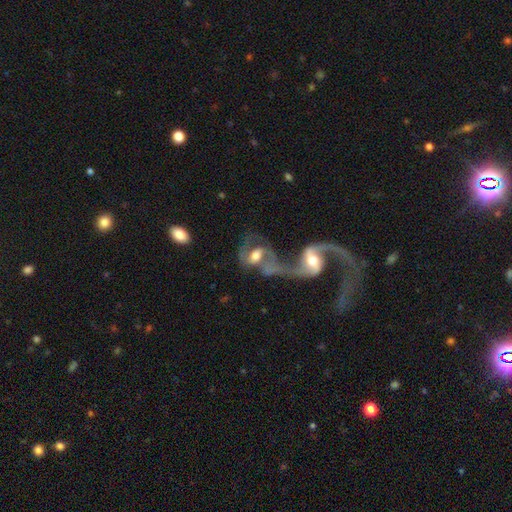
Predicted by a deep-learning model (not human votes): Morphology: type=featured or disk (69%); edge-on=no (95%); bar=weak (43%); spiral arms=yes (79%); winding=loose (53%); arm count=2 (75%); bulge=moderate (56%); merging=merger (67%).